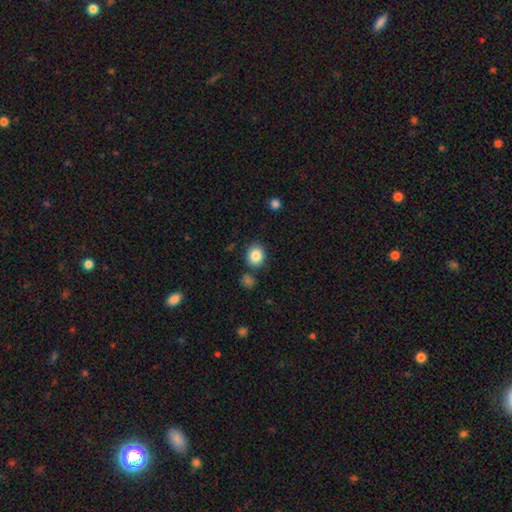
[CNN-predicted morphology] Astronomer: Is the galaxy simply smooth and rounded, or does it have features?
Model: smooth — 85%.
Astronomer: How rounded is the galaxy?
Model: round — 66%.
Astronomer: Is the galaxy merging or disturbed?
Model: none — 82%.